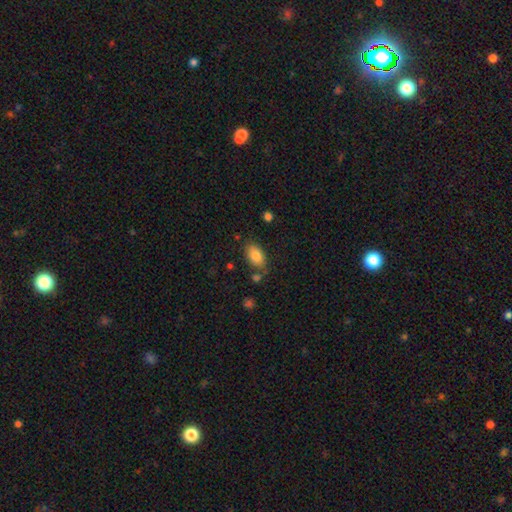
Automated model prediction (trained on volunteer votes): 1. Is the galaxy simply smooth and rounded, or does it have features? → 85% smooth, 8% featured or disk, 7% star or artifact.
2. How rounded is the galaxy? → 92% in between, 6% round, 2% cigar-shaped.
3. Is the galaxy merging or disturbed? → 74% none, 16% minor disturbance, 6% merger, 4% major disturbance.